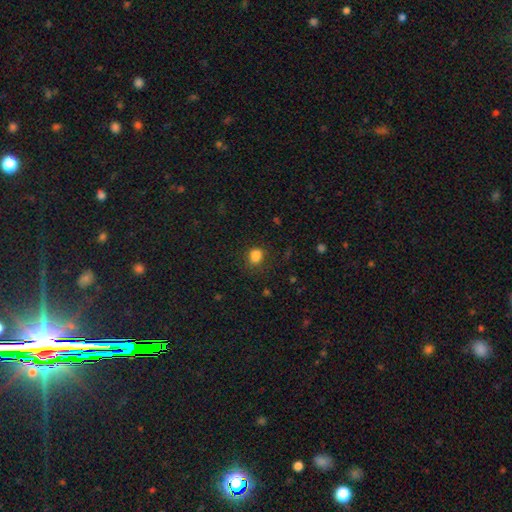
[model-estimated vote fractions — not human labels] This appears to be a smooth galaxy with no disk features (82%) that is in between round and cigar-shaped (51%). Merging: none (68%).